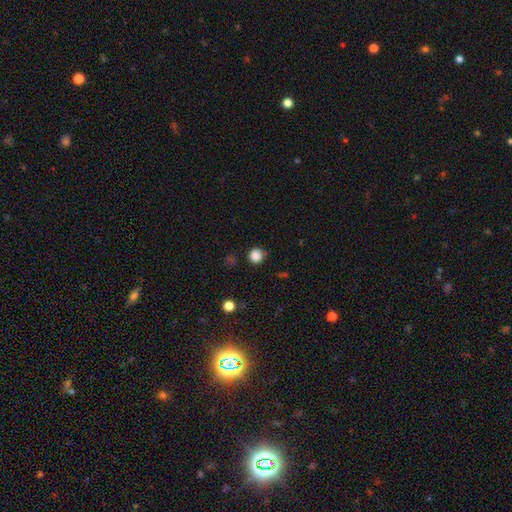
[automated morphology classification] The model was most divided on "merging": none: 81%, minor disturbance: 13%, major disturbance: 4%, merger: 2%. More confident: how rounded — round (93%); smooth or featured — smooth (85%).